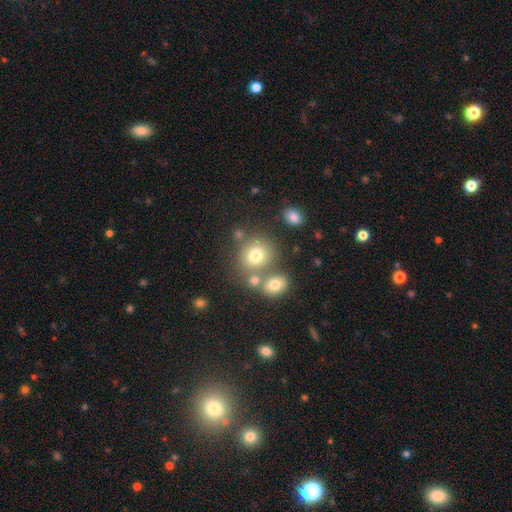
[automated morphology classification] smooth-or-featured: smooth: 74% | star or artifact: 14% | featured or disk: 12%
  how-rounded: round: 79% | in between: 20% | cigar-shaped: 1%
  merging: none: 59% | merger: 26% | minor disturbance: 10% | major disturbance: 5%